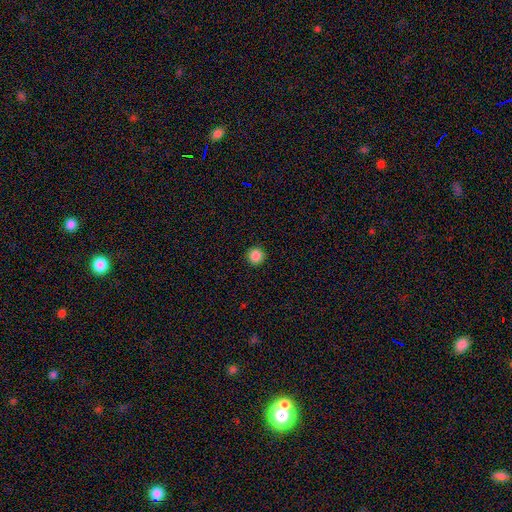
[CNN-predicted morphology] Q: Smooth or featured?
A: smooth (87%); runner-up: star or artifact (10%)
Q: How rounded?
A: round (95%); runner-up: in between (4%)
Q: Merging?
A: none (93%); runner-up: minor disturbance (5%)